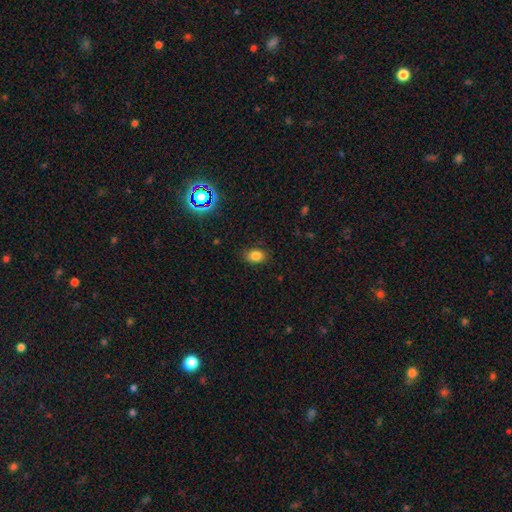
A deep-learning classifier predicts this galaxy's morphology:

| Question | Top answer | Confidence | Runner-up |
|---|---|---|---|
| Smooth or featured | smooth | 81% | star or artifact (13%) |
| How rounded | in between | 71% | round (28%) |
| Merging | none | 84% | minor disturbance (12%) |